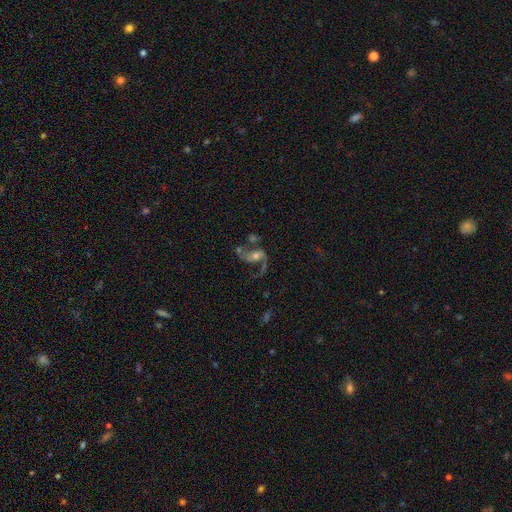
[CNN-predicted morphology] This appears to be a featured or disk galaxy (73%) with no bar (49%), 2 (72%) loose (67%) spiral arms (87%) and a moderate central bulge (52%). Merging: none (37%).